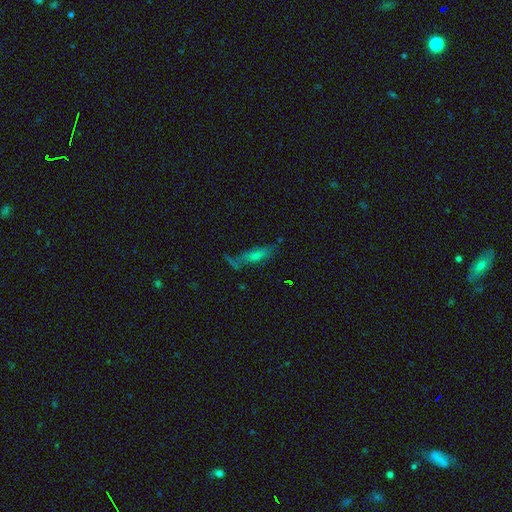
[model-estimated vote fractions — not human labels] Q: Smooth or featured?
A: smooth (58%); runner-up: featured or disk (28%)
Q: How rounded?
A: cigar-shaped (56%); runner-up: in between (41%)
Q: Merging?
A: none (56%); runner-up: minor disturbance (23%)